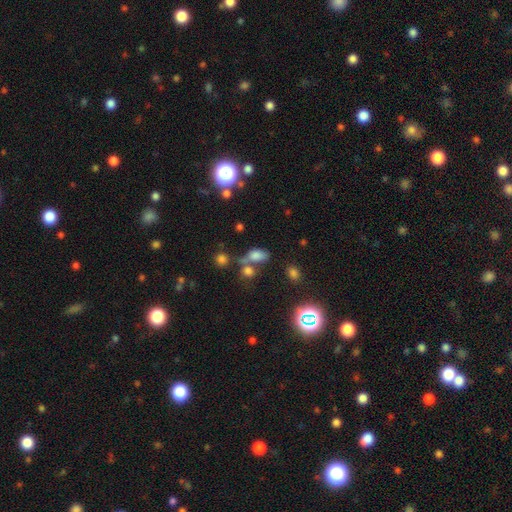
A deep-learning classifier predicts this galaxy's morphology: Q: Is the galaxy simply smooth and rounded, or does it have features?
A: smooth — 71%.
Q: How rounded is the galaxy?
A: in between — 83%.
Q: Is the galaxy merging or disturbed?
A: none — 41%.